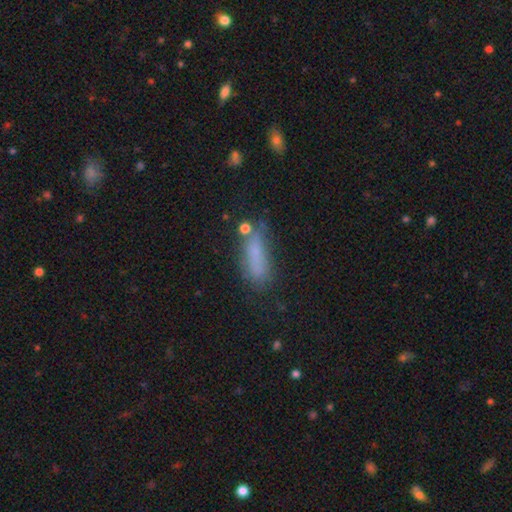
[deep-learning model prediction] Morphology: type=smooth (72%); roundness=in between (52%); merging=none (52%).